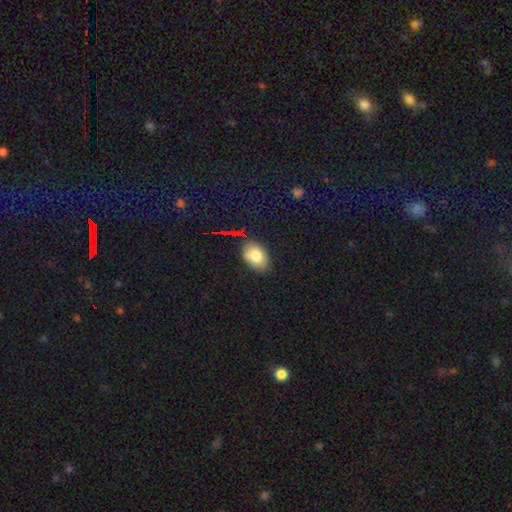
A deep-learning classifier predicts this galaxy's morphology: Q: Smooth or featured?
A: smooth (79%); runner-up: featured or disk (12%)
Q: How rounded?
A: in between (85%); runner-up: round (13%)
Q: Merging?
A: none (77%); runner-up: minor disturbance (15%)